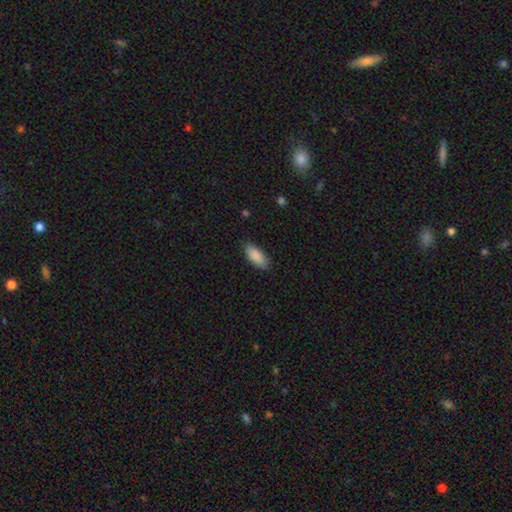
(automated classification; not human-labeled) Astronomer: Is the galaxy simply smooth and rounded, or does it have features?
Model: smooth — 89%.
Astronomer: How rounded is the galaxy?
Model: in between — 84%.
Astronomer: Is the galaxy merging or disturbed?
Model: none — 84%.